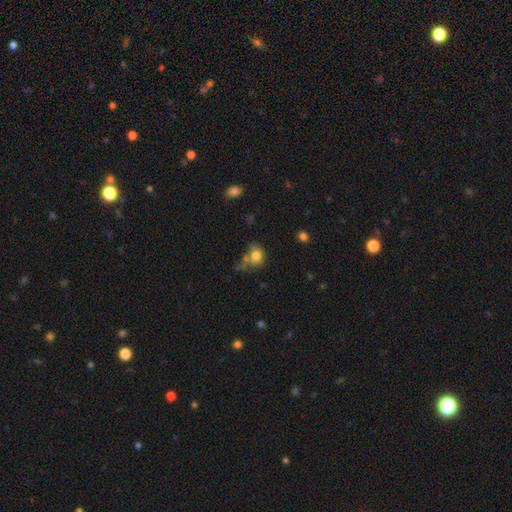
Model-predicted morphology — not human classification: The model was most divided on "how rounded": round: 57%, in between: 42%, cigar-shaped: 1%. Remaining: smooth or featured — smooth (77%); merging — none (41%).